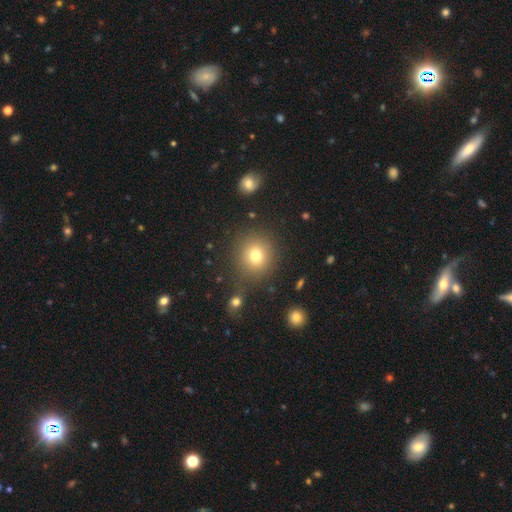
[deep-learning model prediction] smooth-or-featured: smooth: 75% | star or artifact: 15% | featured or disk: 10%
  how-rounded: round: 86% | in between: 13% | cigar-shaped: 1%
  merging: none: 81% | minor disturbance: 9% | merger: 5% | major disturbance: 4%